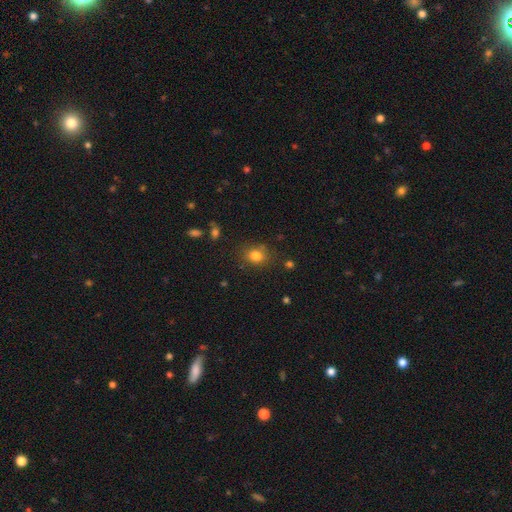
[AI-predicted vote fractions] Smooth or featured: smooth — 81% (star or artifact — 12%)
How rounded: round — 54% (in between — 45%)
Merging: none — 76% (minor disturbance — 15%)